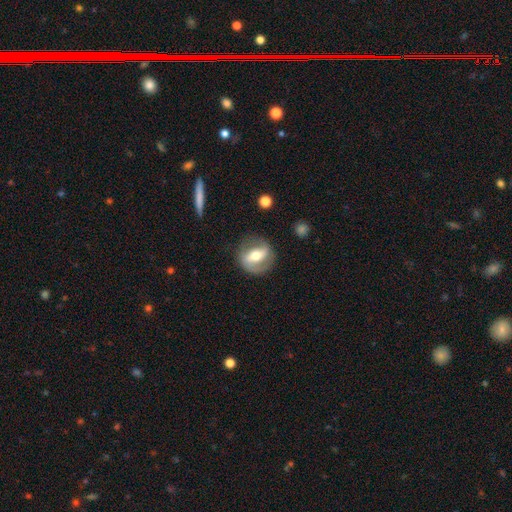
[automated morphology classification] This is likely a featured or disk galaxy (67%). It is clearly not viewed edge-on (92%). Bar: possibly strong (54%). Spiral arm pattern: likely yes (69%). Central bulge: likely moderate (68%). Merging: likely none (78%).